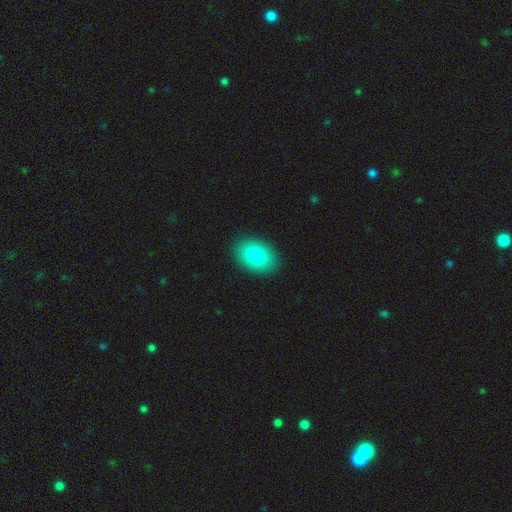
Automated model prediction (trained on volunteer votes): Smooth or featured? smooth (83%)
How rounded? in between (85%)
Merging? none (89%)